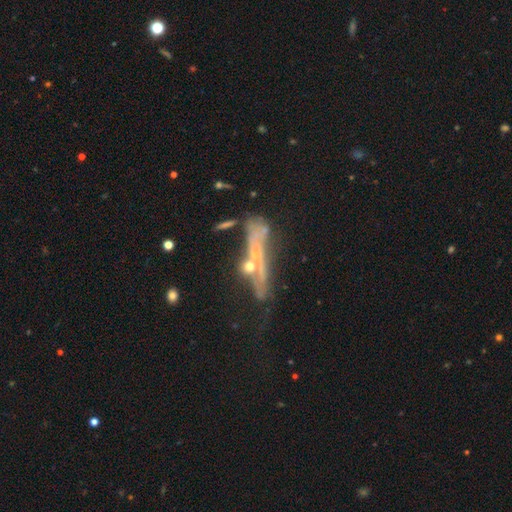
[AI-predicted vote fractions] featured or disk 60%, smooth 25%, star or artifact 15%. Down the decision tree: edge-on disk — yes (50%, tied with no); merging — merger (32%).